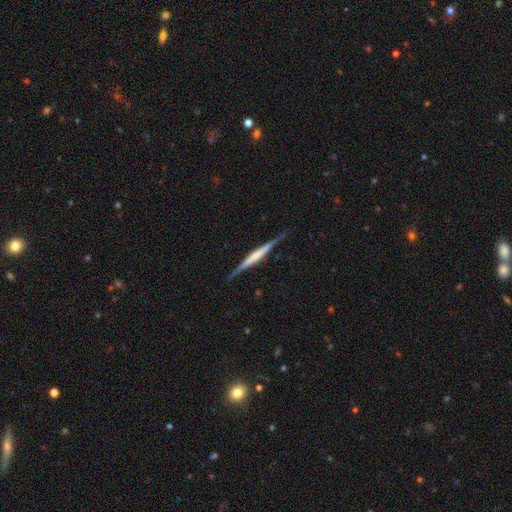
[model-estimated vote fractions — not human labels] Morphology: type=featured or disk (71%); edge-on=yes (98%); edge-on bulge=none (34%, tied with boxy); merging=none (87%).